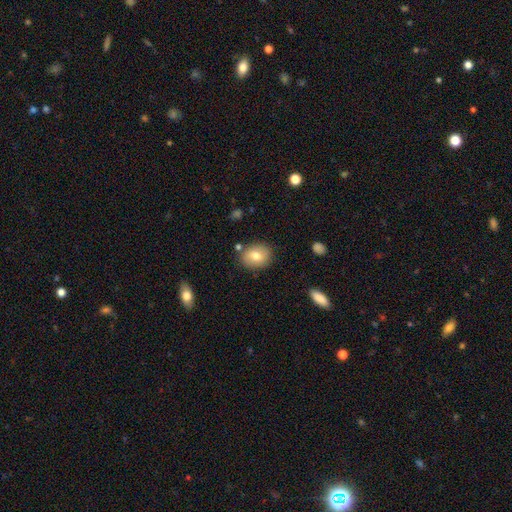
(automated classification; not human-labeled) smooth_or_featured: smooth (p=0.76) [alt: featured or disk p=0.16]
how_rounded: round (p=0.50) [alt: in between p=0.49]
merging: none (p=0.82) [alt: minor disturbance p=0.12]